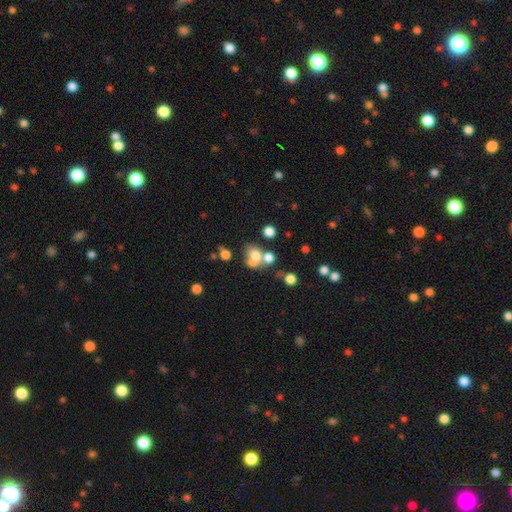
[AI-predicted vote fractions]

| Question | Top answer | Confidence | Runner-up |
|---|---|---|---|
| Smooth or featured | smooth | 65% | featured or disk (20%) |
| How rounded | round | 65% | in between (34%) |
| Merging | merger | 49% | none (33%) |